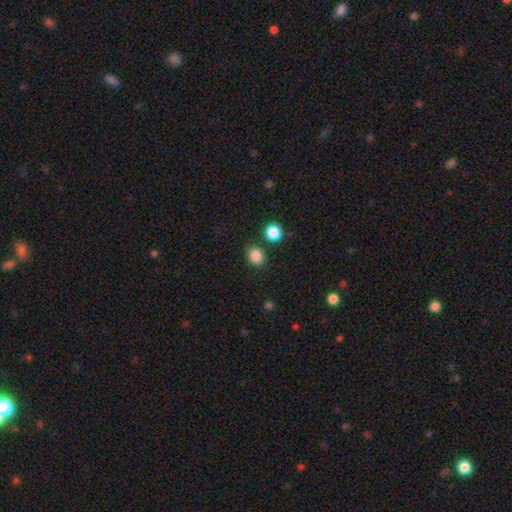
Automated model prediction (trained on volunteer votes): Smooth or featured? smooth (85%)
How rounded? round (63%)
Merging? none (82%)